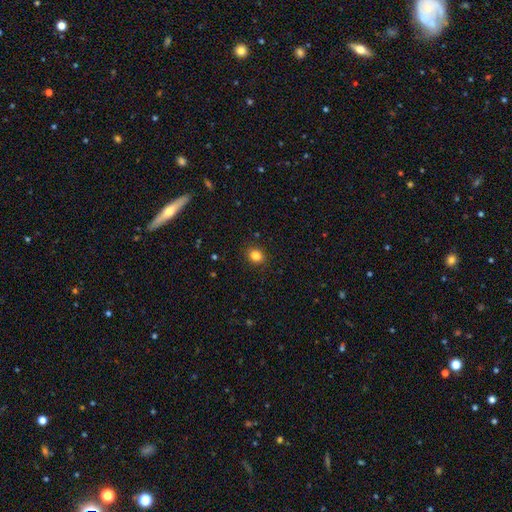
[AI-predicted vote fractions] smooth 84%, star or artifact 12%, featured or disk 5%. Down the decision tree: how rounded — round (66%); merging — none (90%).